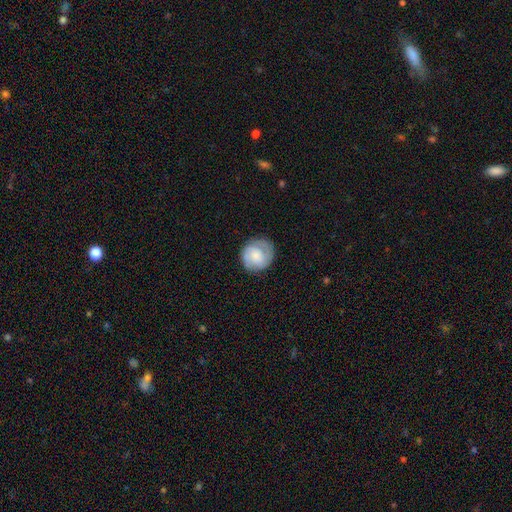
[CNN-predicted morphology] This is possibly a featured or disk galaxy (57%). It is clearly not viewed edge-on (98%). Bar: likely no (66%). Spiral arm pattern: clearly yes (91%). Spiral arm count: likely 2 (60%). Spiral winding: possibly tight (54%). Central bulge: marginally small (32%). Merging: clearly none (80%).